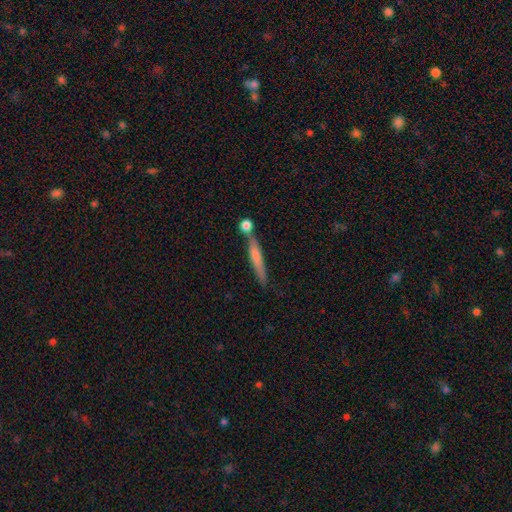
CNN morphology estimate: type=featured or disk (57%); edge-on=yes (94%); edge-on bulge=rounded (67%); merging=none (78%).